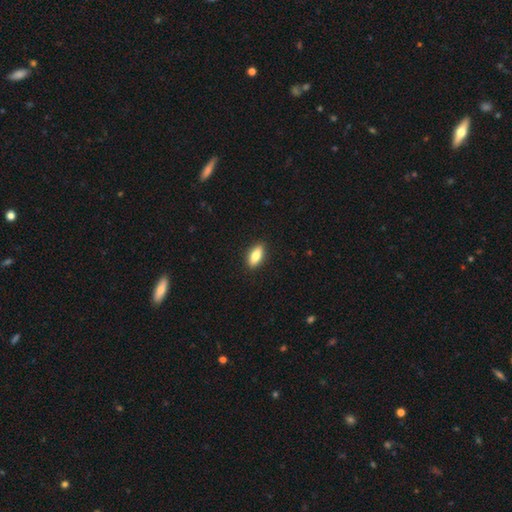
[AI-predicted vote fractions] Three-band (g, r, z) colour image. It shows a smooth galaxy with no disk features (79%) that is in between round and cigar-shaped (77%). Merging: none (89%).